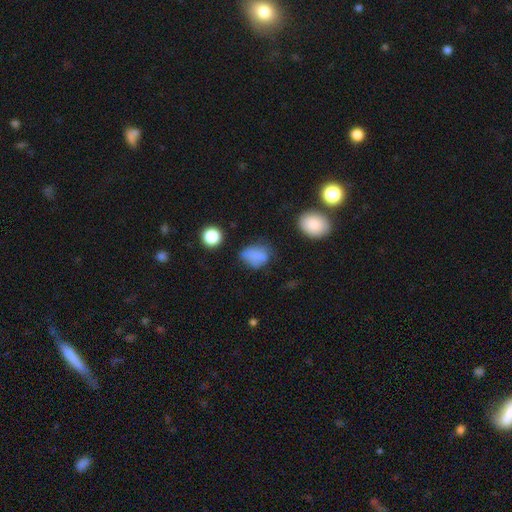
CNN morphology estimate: Smooth or featured?
  - smooth: 76% *
  - star or artifact: 12%
  - featured or disk: 11%
How rounded?
  - in between: 71% *
  - round: 27%
  - cigar-shaped: 2%
Merging?
  - none: 46% *
  - minor disturbance: 32%
  - major disturbance: 17%
  - merger: 6%